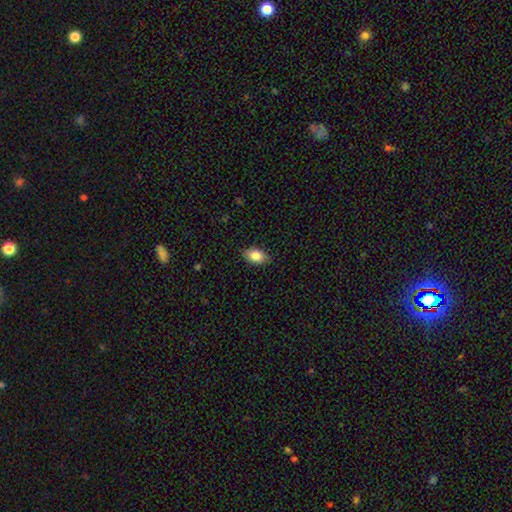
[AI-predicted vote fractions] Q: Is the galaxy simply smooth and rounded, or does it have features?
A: smooth — 85%.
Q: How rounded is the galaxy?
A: in between — 88%.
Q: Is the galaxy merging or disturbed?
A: none — 86%.